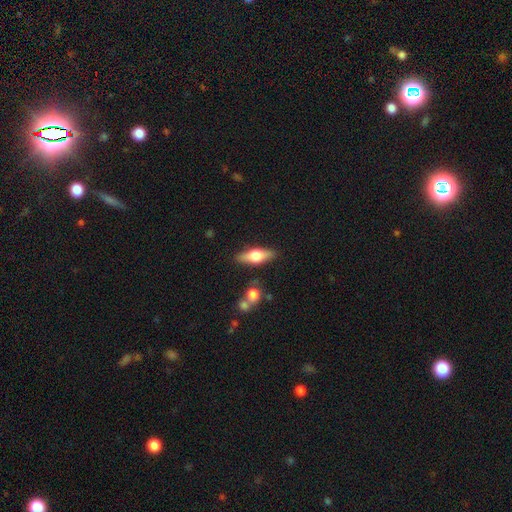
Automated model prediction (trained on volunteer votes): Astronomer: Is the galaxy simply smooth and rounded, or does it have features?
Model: featured or disk — 47%, tied with smooth at 47%.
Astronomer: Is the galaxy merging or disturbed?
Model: none — 84%.